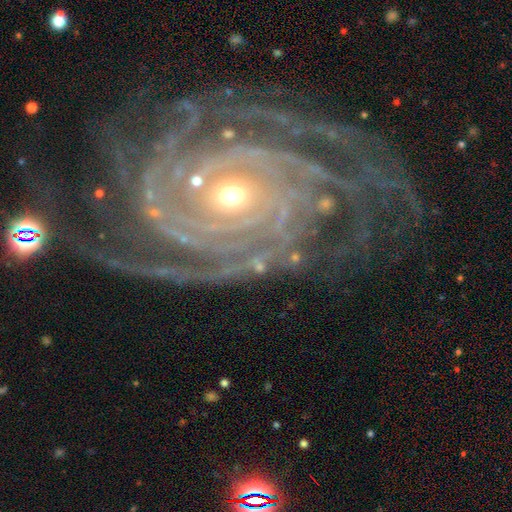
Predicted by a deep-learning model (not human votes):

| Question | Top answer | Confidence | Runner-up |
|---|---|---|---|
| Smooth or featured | featured or disk | 92% | star or artifact (5%) |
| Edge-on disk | no | 97% | yes (3%) |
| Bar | no | 69% | weak (18%) |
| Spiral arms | yes | 98% | no (2%) |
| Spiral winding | tight | 77% | medium (18%) |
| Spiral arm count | more than 4 | 23% | 4 (20%) |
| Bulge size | small | 51% | moderate (46%) |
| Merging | none | 71% | minor disturbance (16%) |